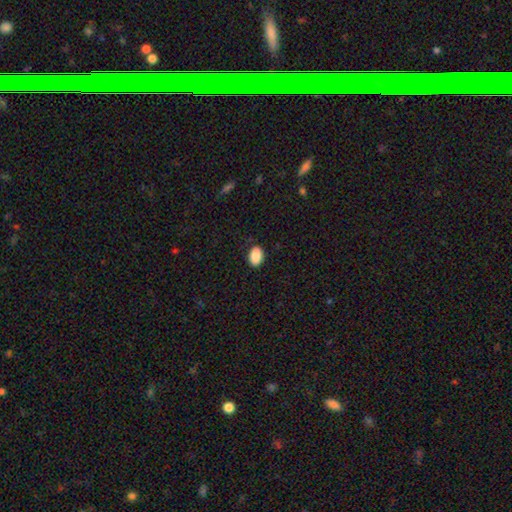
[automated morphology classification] smooth_or_featured: smooth (p=0.90) [alt: star or artifact p=0.07]
how_rounded: in between (p=0.89) [alt: round p=0.09]
merging: none (p=0.87) [alt: minor disturbance p=0.10]